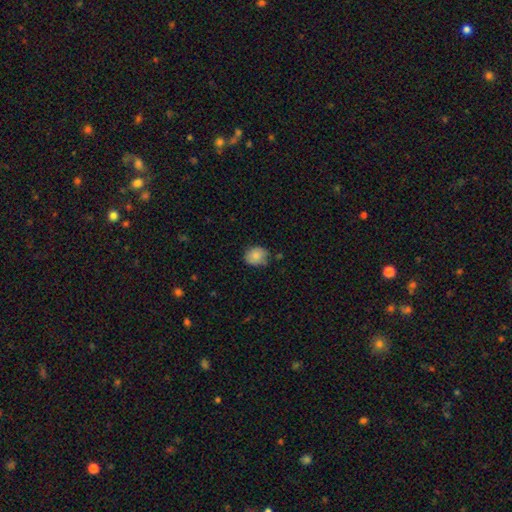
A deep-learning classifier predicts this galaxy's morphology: A smooth galaxy with no disk features (84%) that is round (59%). Merging: none (70%).